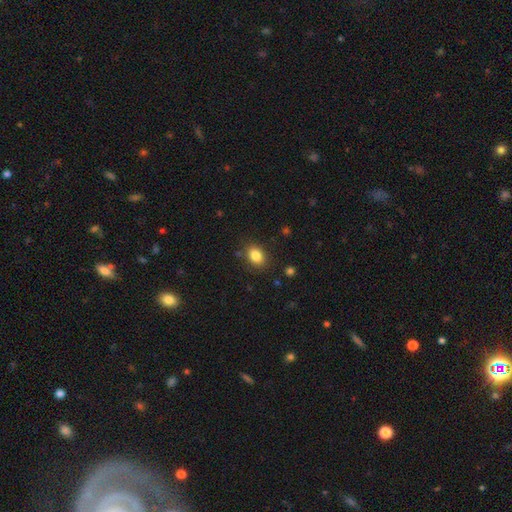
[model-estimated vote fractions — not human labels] Q: Smooth or featured?
A: smooth (84%); runner-up: star or artifact (10%)
Q: How rounded?
A: in between (68%); runner-up: round (31%)
Q: Merging?
A: none (83%); runner-up: minor disturbance (11%)